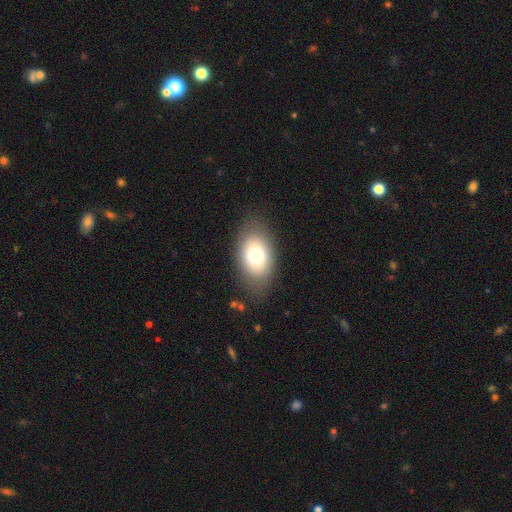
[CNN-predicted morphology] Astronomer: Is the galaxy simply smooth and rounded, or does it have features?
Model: smooth — 74%.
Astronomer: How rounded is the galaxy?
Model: in between — 85%.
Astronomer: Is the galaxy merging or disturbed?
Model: none — 80%.